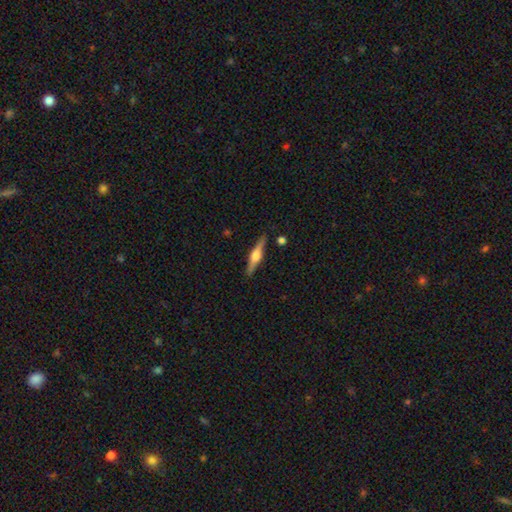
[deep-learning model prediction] Smooth or featured? Predicted: featured or disk (p=0.67). Edge-on disk? Predicted: yes (p=0.97). Edge-on bulge? Predicted: rounded (p=0.87). Merging? Predicted: none (p=0.88).